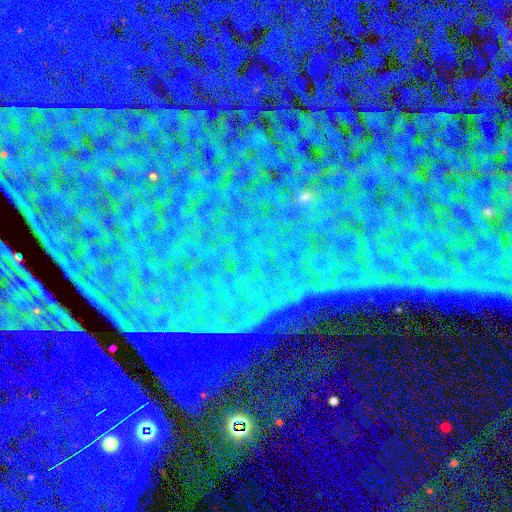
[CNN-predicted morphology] Smooth or featured? star or artifact (87%)